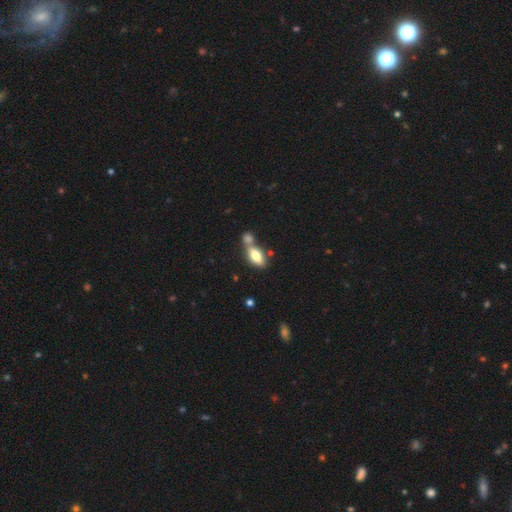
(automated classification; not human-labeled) This appears to be a smooth galaxy with no disk features (70%) that is in between round and cigar-shaped (83%). Merging: merger (43%).